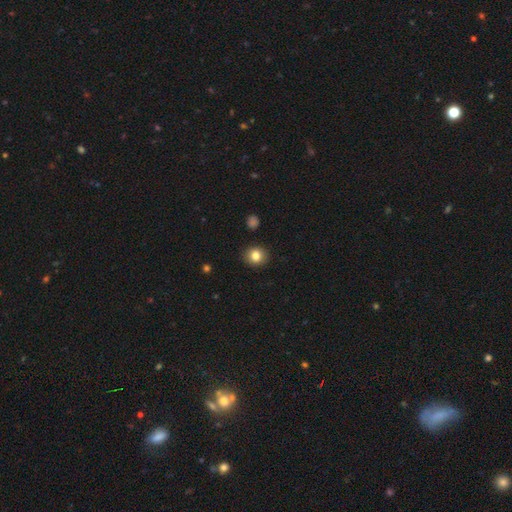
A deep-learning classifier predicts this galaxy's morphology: Smooth or featured? smooth (83%)
How rounded? round (78%)
Merging? none (89%)